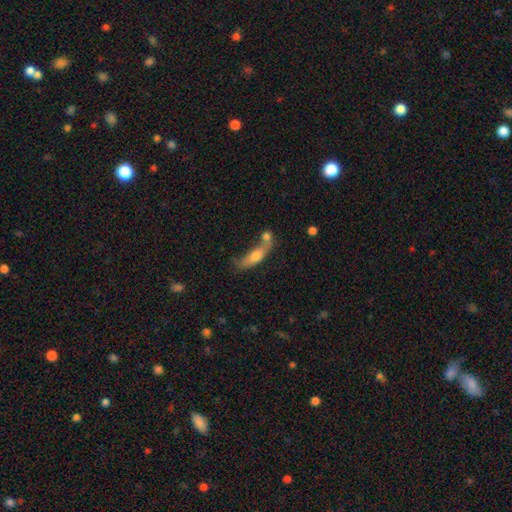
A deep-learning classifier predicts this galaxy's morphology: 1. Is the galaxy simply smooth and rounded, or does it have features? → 60% smooth, 32% featured or disk, 8% star or artifact.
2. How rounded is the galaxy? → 49% cigar-shaped, 46% in between, 5% round.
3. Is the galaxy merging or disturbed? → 46% merger, 27% none, 14% minor disturbance, 13% major disturbance.